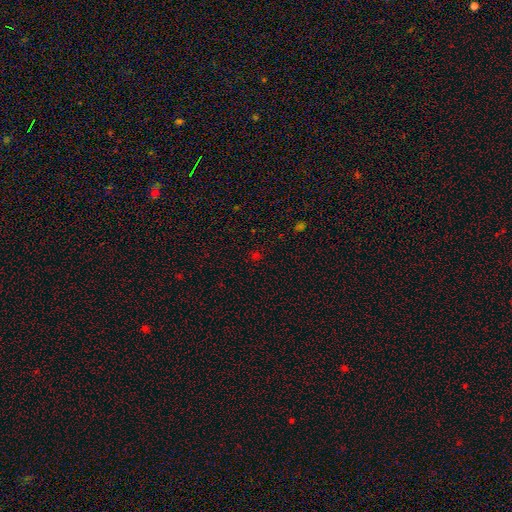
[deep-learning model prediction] Smooth or featured: star or artifact — 49% (smooth — 45%)